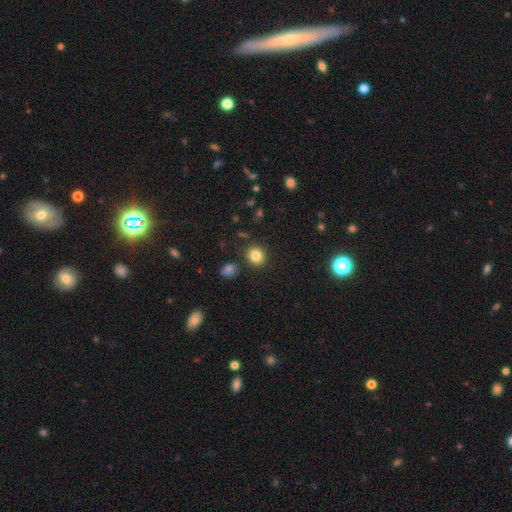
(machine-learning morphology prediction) type=smooth (84%); roundness=round (79%); merging=none (86%).